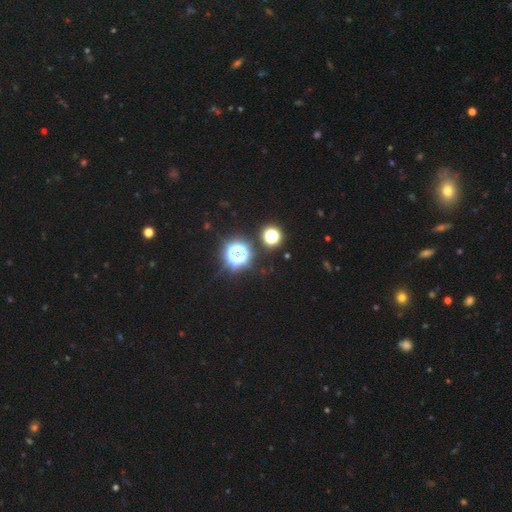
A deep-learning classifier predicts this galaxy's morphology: star or artifact 76%, smooth 18%, featured or disk 6%.